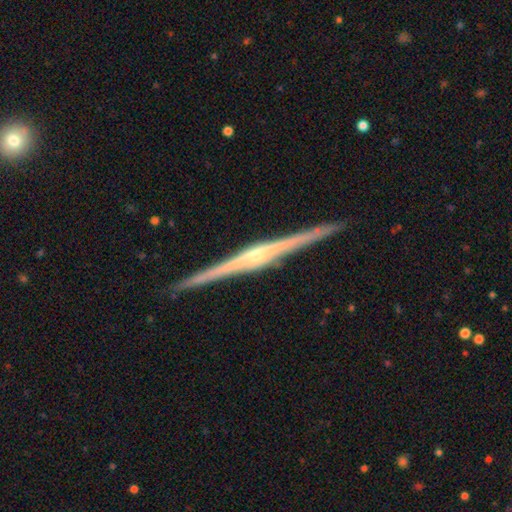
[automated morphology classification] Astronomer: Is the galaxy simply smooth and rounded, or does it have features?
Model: featured or disk — 88%.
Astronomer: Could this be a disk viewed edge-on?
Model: yes — 99%.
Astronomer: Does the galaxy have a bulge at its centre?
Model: rounded — 68%.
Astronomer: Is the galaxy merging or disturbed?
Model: none — 92%.